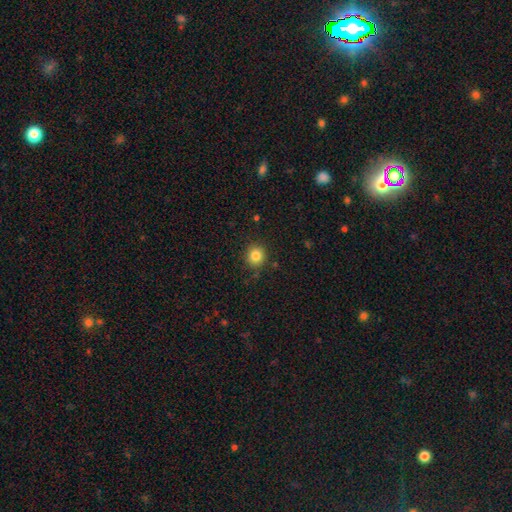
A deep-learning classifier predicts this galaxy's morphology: smooth_or_featured: smooth (p=0.84) [alt: star or artifact p=0.11]
how_rounded: round (p=0.88) [alt: in between p=0.11]
merging: none (p=0.86) [alt: minor disturbance p=0.09]